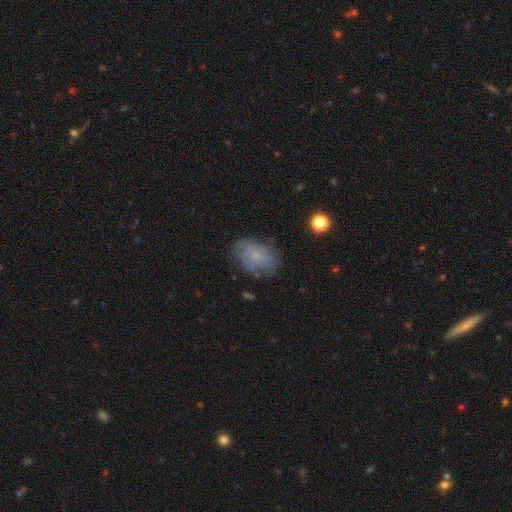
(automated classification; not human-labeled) A smooth galaxy with no disk features (46%). Merging: none (67%).